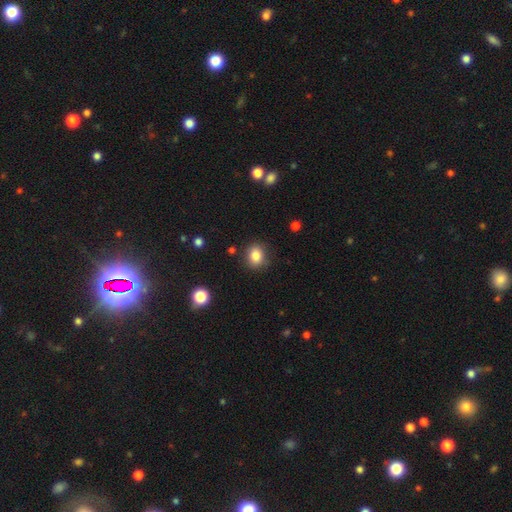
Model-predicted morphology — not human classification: Smooth or featured? smooth (83%)
How rounded? round (66%)
Merging? none (85%)